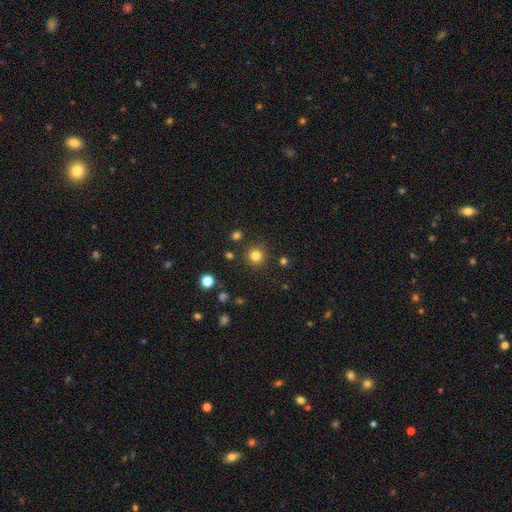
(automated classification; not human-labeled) smooth_or_featured: smooth (p=0.81) [alt: star or artifact p=0.14]
how_rounded: round (p=0.94) [alt: in between p=0.05]
merging: none (p=0.88) [alt: minor disturbance p=0.07]